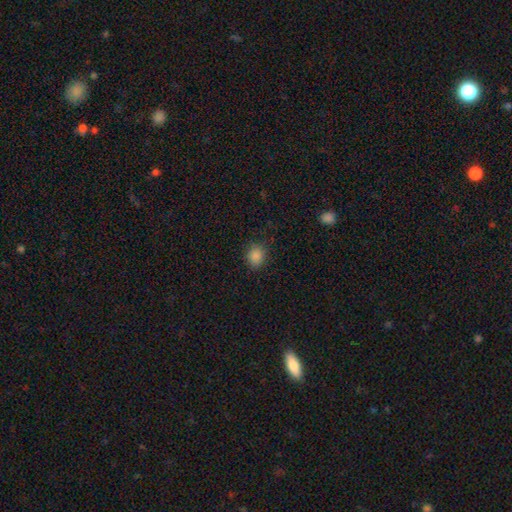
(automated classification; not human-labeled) smooth-or-featured: smooth: 86% | star or artifact: 11% | featured or disk: 3%
  how-rounded: round: 64% | in between: 35% | cigar-shaped: 1%
  merging: none: 85% | minor disturbance: 11% | major disturbance: 3% | merger: 1%